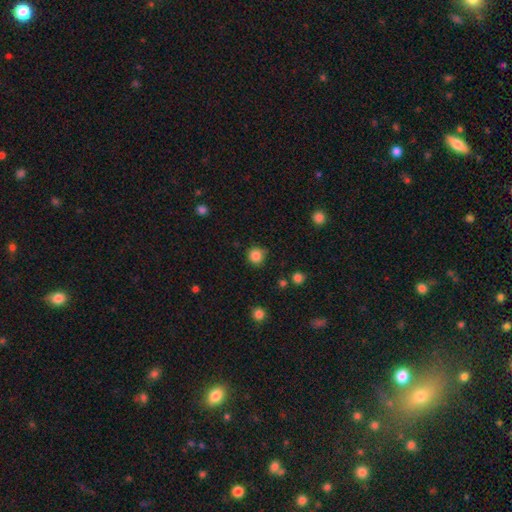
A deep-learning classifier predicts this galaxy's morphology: A smooth galaxy with no disk features (85%) that is round (92%).

Vote fractions:
- Smooth or featured? smooth: 85% / star or artifact: 11% / featured or disk: 4%
- How rounded? round: 92% / in between: 7% / cigar-shaped: 1%
- Merging? none: 80% / minor disturbance: 15% / major disturbance: 3% / merger: 3%